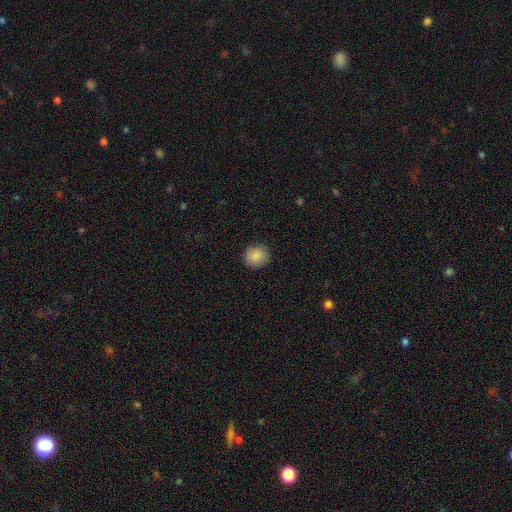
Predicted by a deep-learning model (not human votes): This appears to be a smooth galaxy with no disk features (88%) that is round (86%). Merging: none (89%).